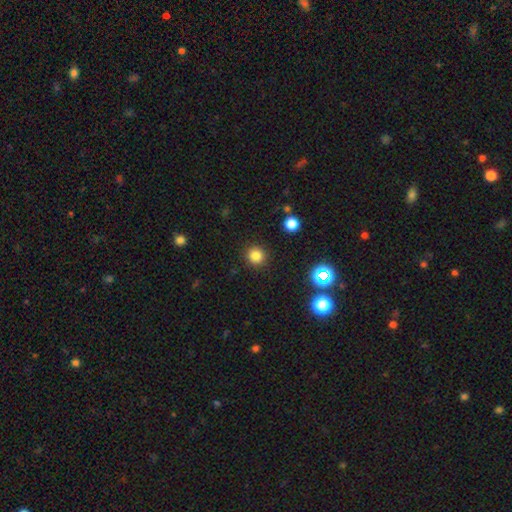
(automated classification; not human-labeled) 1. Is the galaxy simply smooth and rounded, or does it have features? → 81% smooth, 14% star or artifact, 4% featured or disk.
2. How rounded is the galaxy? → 94% round, 5% in between, 1% cigar-shaped.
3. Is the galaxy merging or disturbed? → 91% none, 6% minor disturbance, 2% major disturbance, 1% merger.